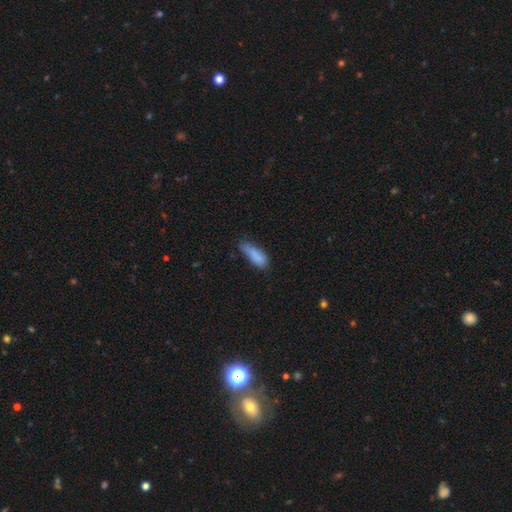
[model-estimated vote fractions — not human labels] This appears to be a smooth galaxy with no disk features (82%) that is in between round and cigar-shaped (59%). Merging: none (44%).